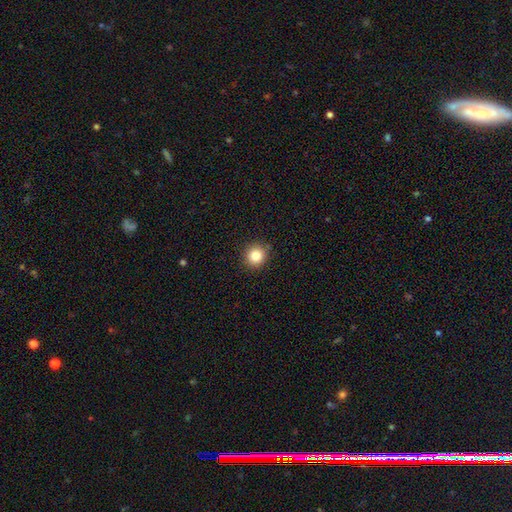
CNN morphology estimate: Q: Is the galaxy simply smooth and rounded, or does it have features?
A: smooth — 84%.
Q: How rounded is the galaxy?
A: round — 92%.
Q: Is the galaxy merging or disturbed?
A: none — 90%.